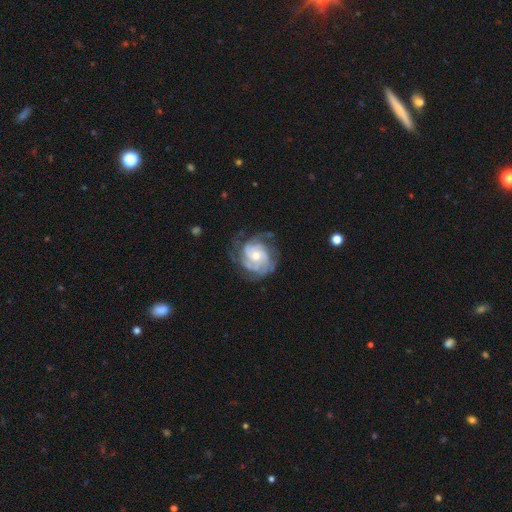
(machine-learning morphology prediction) The model was most divided on "bulge size" (2-way tie): small: 47%, moderate: 47%, large: 3%, none: 1%, dominant: 1%. Remaining: edge-on disk — no (98%); spiral arms — yes (96%); smooth or featured — featured or disk (86%); bar — no (72%); merging — none (69%); spiral winding — tight (64%); spiral arm count — 3 (29%).